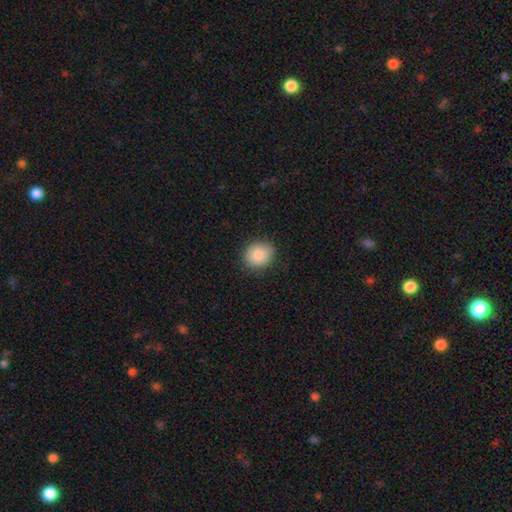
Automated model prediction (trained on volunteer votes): Smooth or featured?
  - smooth: 87% *
  - star or artifact: 8%
  - featured or disk: 5%
How rounded?
  - round: 63% *
  - in between: 36%
  - cigar-shaped: 1%
Merging?
  - none: 87% *
  - minor disturbance: 10%
  - major disturbance: 2%
  - merger: 1%